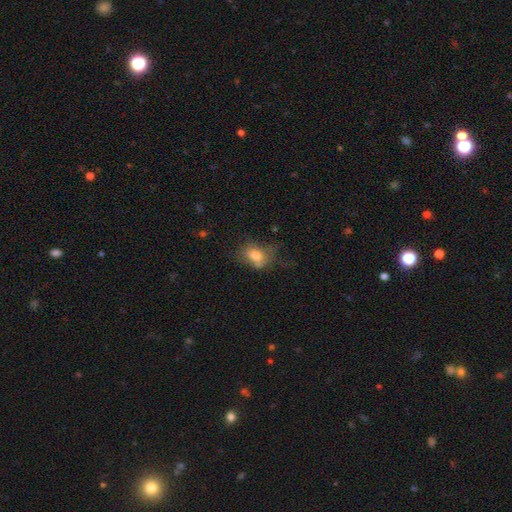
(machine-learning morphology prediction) Q: Smooth or featured?
A: smooth (72%); runner-up: featured or disk (17%)
Q: How rounded?
A: in between (64%); runner-up: round (35%)
Q: Merging?
A: none (42%); runner-up: minor disturbance (29%)